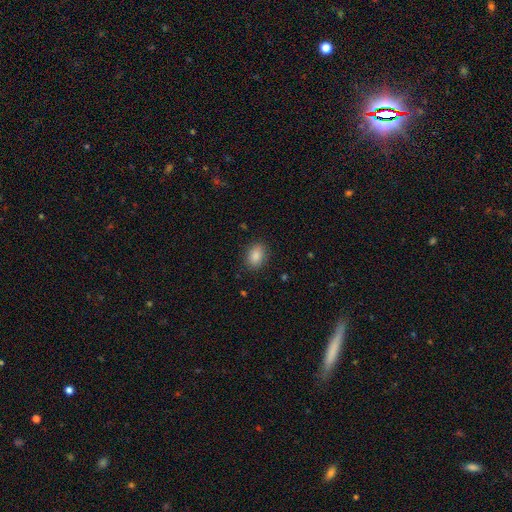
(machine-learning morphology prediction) smooth 87%, star or artifact 8%, featured or disk 4%. Down the decision tree: how rounded — in between (80%); merging — none (86%).